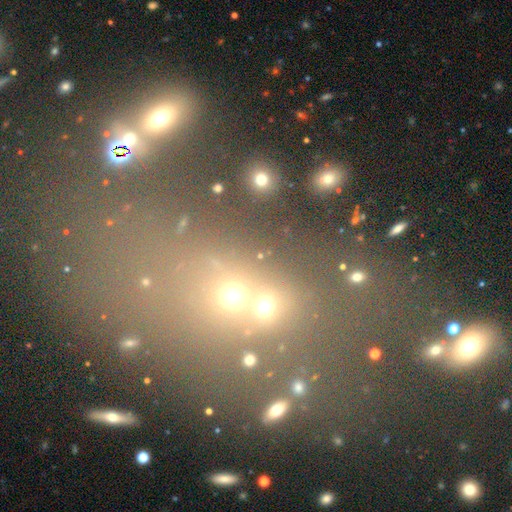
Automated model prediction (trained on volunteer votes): Smooth or featured: star or artifact — 43% (smooth — 39%)